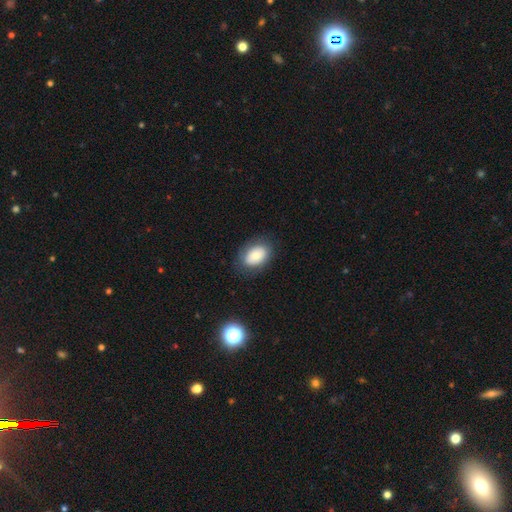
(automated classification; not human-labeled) Smooth or featured? smooth (77%)
How rounded? in between (84%)
Merging? none (81%)